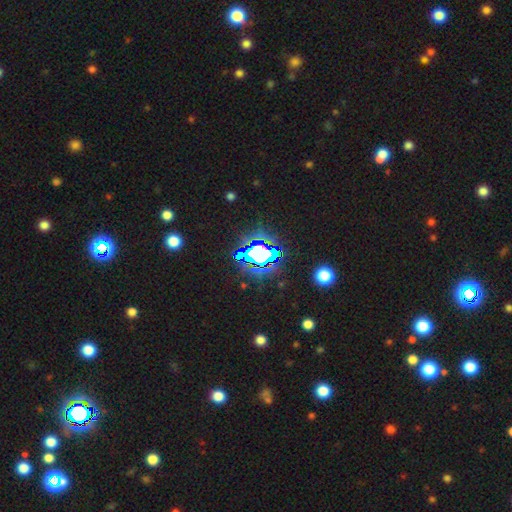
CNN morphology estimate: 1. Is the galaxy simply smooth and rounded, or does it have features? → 68% star or artifact, 20% smooth, 13% featured or disk.